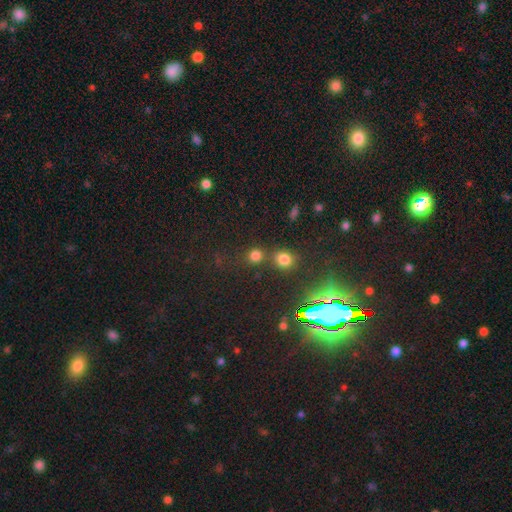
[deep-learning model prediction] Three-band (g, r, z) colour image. It shows a smooth galaxy with no disk features (73%) that is round (85%). Merging: none (65%).